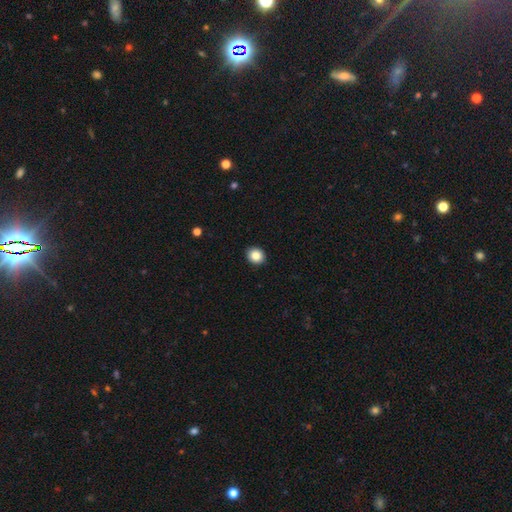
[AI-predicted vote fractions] Smooth or featured? smooth (86%)
How rounded? round (79%)
Merging? none (93%)